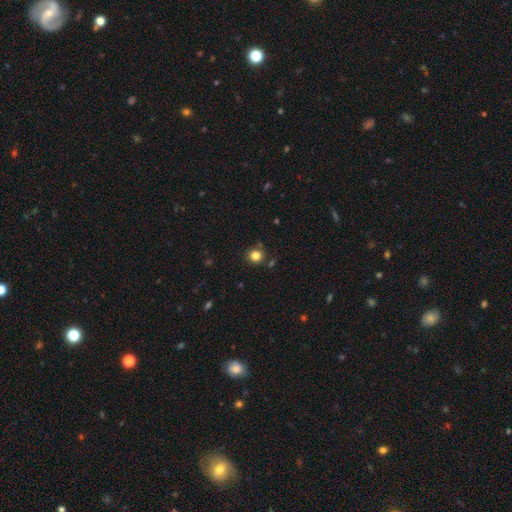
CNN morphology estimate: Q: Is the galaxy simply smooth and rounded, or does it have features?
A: smooth — 82%.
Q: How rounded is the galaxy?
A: round — 92%.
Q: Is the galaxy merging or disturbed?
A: none — 84%.